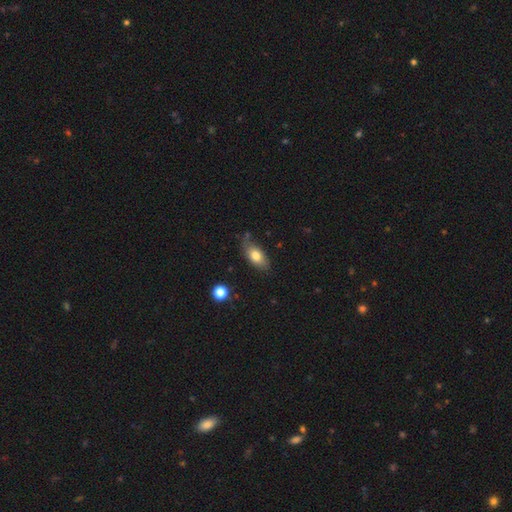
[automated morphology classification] The model was most divided on "merging": none: 66%, minor disturbance: 24%, major disturbance: 5%, merger: 5%. More confident: how rounded — in between (88%); smooth or featured — smooth (76%).